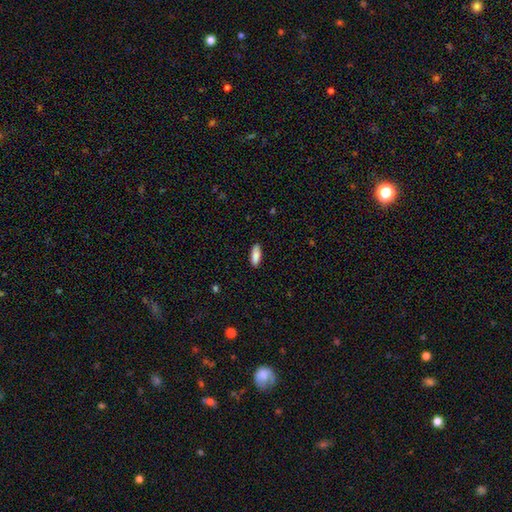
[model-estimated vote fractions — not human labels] smooth 88%, star or artifact 6%, featured or disk 5%. Down the decision tree: how rounded — in between (67%); merging — none (89%).